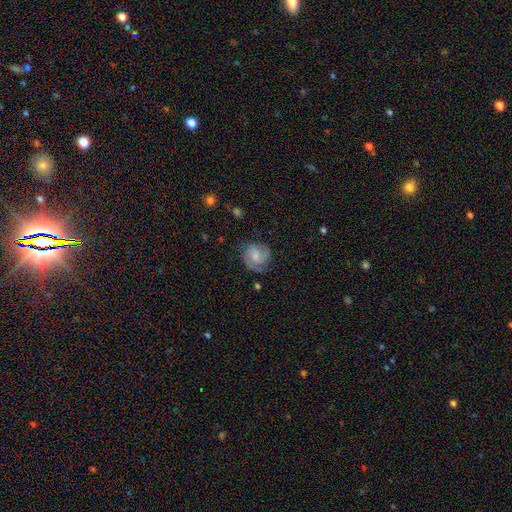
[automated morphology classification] This is likely a featured or disk galaxy (60%). It is clearly not viewed edge-on (98%). Bar: possibly no (47%). Spiral arm pattern: clearly yes (92%). Spiral arm count: likely 2 (61%). Spiral winding: marginally medium (44%). Central bulge: marginally moderate (40%, tied with small). Merging: likely none (69%).